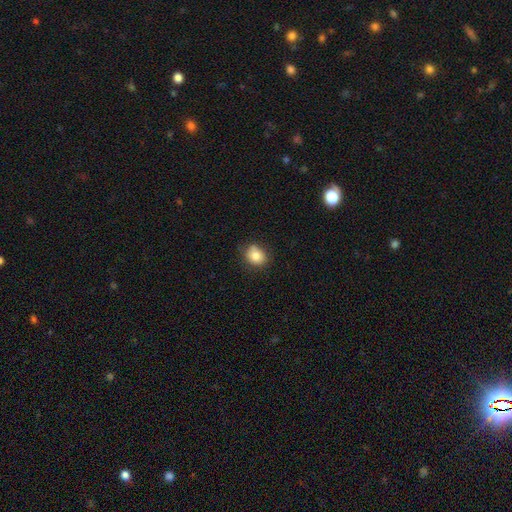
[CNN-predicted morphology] Q: Smooth or featured?
A: smooth (81%); runner-up: star or artifact (10%)
Q: How rounded?
A: round (63%); runner-up: in between (36%)
Q: Merging?
A: none (73%); runner-up: minor disturbance (20%)